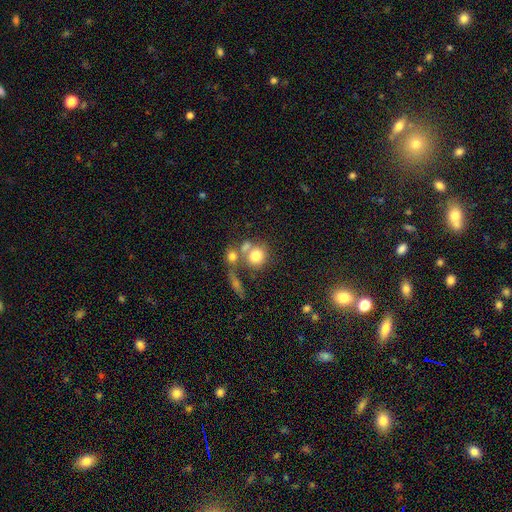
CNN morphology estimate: smooth_or_featured: smooth (p=0.73) [alt: featured or disk p=0.15]
how_rounded: round (p=0.82) [alt: in between p=0.17]
merging: none (p=0.42) [alt: merger p=0.39]